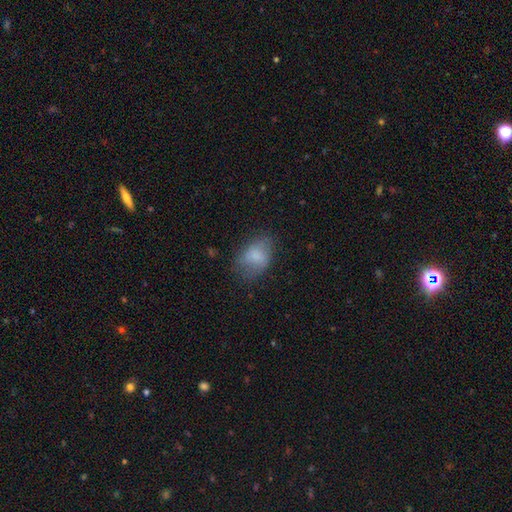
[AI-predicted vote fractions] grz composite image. It shows a smooth galaxy with no disk features (76%) that is in between round and cigar-shaped (81%). Merging: none (58%).